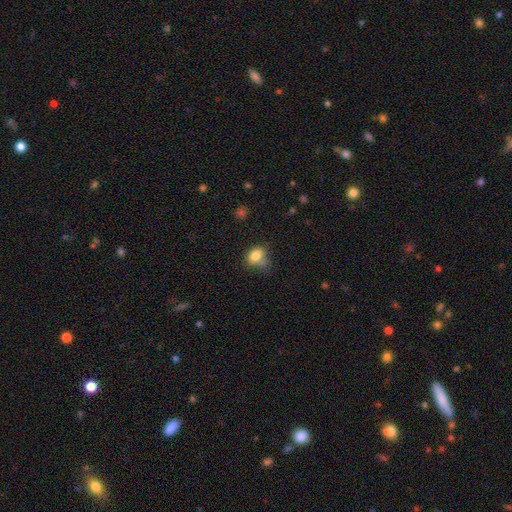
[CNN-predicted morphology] Overall: smooth (81%). How rounded: in between (64%; round 34%). Merging: none (52%; minor disturbance 26%).